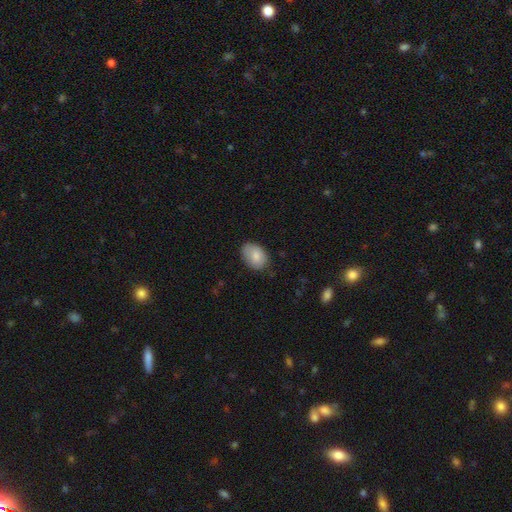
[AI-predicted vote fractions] A smooth galaxy with no disk features (83%) that is in between round and cigar-shaped (81%).

Vote fractions:
- Smooth or featured? smooth: 83% / featured or disk: 10% / star or artifact: 7%
- How rounded? in between: 81% / round: 18% / cigar-shaped: 1%
- Merging? none: 75% / minor disturbance: 20% / major disturbance: 4% / merger: 1%